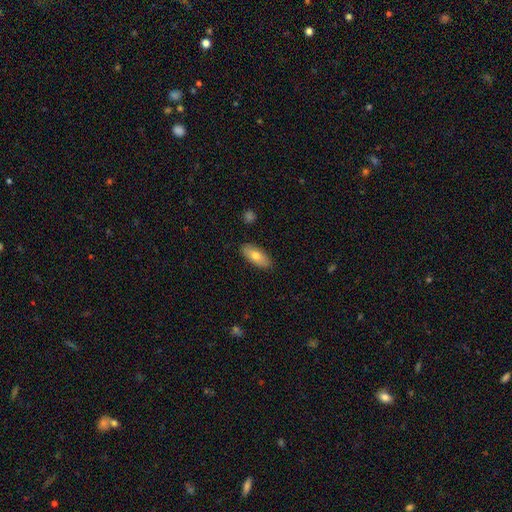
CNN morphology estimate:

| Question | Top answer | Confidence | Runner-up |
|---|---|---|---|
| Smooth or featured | smooth | 74% | featured or disk (20%) |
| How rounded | in between | 82% | cigar-shaped (16%) |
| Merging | none | 88% | minor disturbance (9%) |